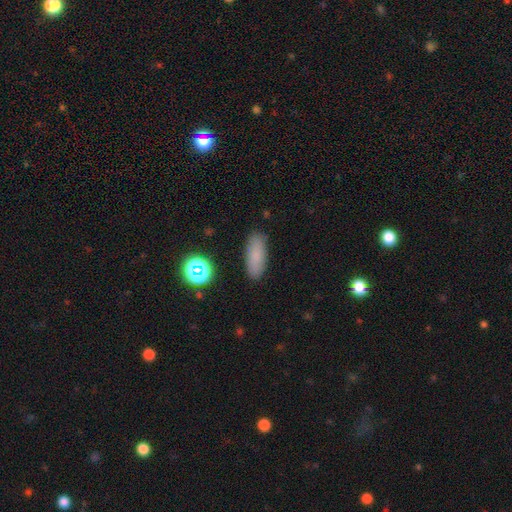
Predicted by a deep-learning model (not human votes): Smooth or featured: smooth — 81% (star or artifact — 11%)
How rounded: in between — 71% (cigar-shaped — 26%)
Merging: none — 86% (minor disturbance — 10%)